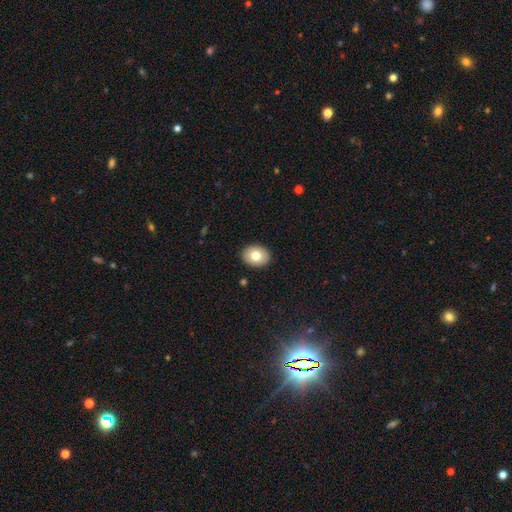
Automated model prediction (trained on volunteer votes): Smooth or featured: smooth — 76% (featured or disk — 15%)
How rounded: in between — 56% (round — 44%)
Merging: none — 91% (minor disturbance — 7%)